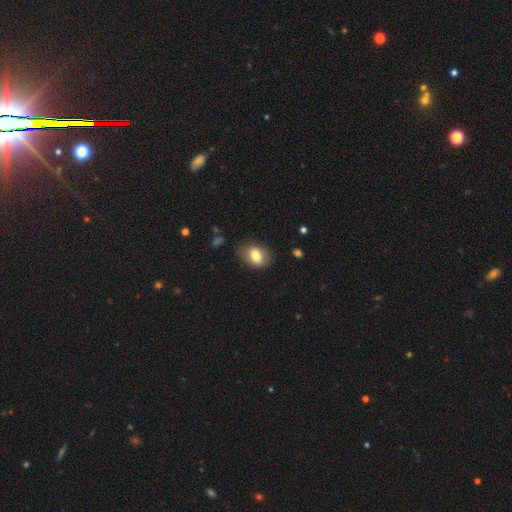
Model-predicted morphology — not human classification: A smooth galaxy with no disk features (76%) that is in between round and cigar-shaped (77%).

Vote fractions:
- Smooth or featured? smooth: 76% / featured or disk: 16% / star or artifact: 8%
- How rounded? in between: 77% / round: 22% / cigar-shaped: 1%
- Merging? none: 75% / minor disturbance: 18% / major disturbance: 6% / merger: 2%